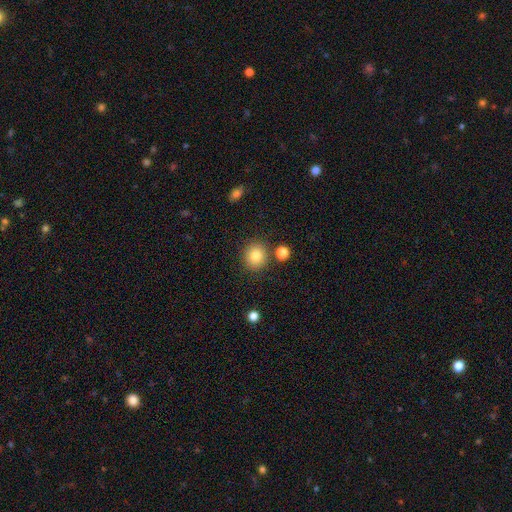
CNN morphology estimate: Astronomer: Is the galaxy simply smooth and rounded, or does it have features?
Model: smooth — 84%.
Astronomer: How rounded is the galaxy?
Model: round — 85%.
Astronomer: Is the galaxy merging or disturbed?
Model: none — 83%.